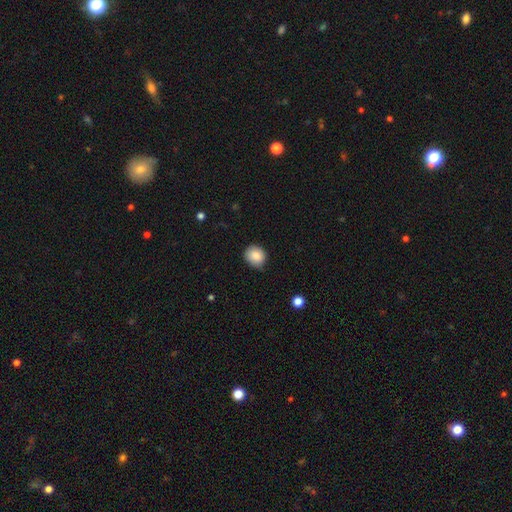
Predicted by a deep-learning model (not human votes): smooth 85%, star or artifact 9%, featured or disk 6%. Down the decision tree: how rounded — round (81%); merging — none (78%).